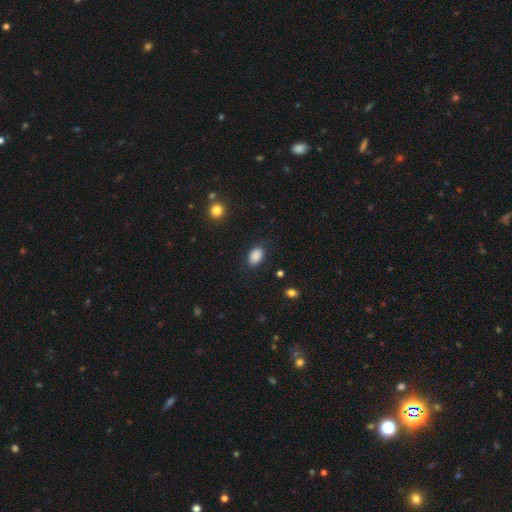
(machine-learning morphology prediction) This appears to be a smooth galaxy with no disk features (89%) that is in between round and cigar-shaped (89%). Merging: none (84%).